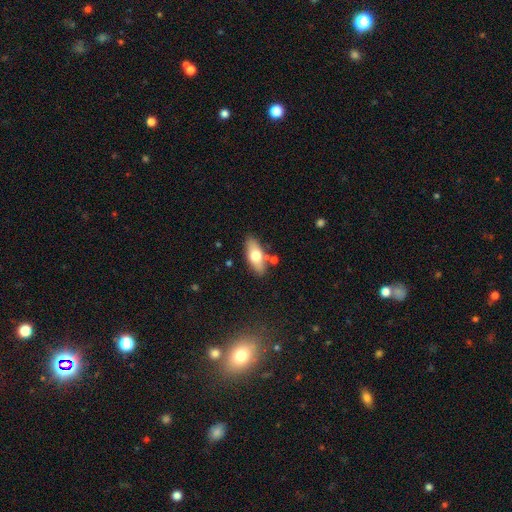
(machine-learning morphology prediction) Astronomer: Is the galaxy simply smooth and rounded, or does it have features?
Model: smooth — 66%.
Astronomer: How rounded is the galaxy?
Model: in between — 79%.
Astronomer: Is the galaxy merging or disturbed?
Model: none — 78%.